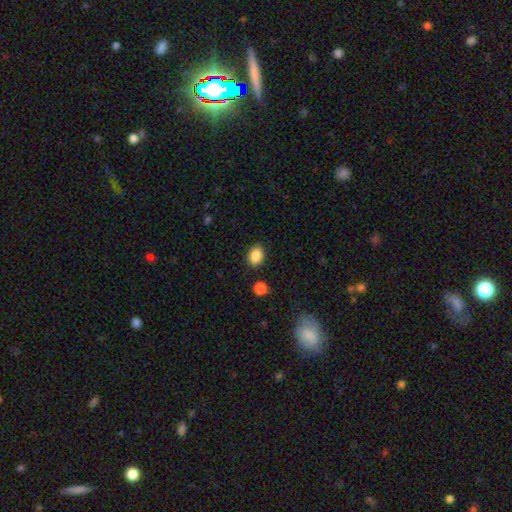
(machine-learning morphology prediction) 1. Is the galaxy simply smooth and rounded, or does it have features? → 87% smooth, 9% star or artifact, 4% featured or disk.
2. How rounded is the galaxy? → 69% in between, 30% round, 1% cigar-shaped.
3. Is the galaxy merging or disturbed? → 86% none, 10% minor disturbance, 3% major disturbance, 2% merger.